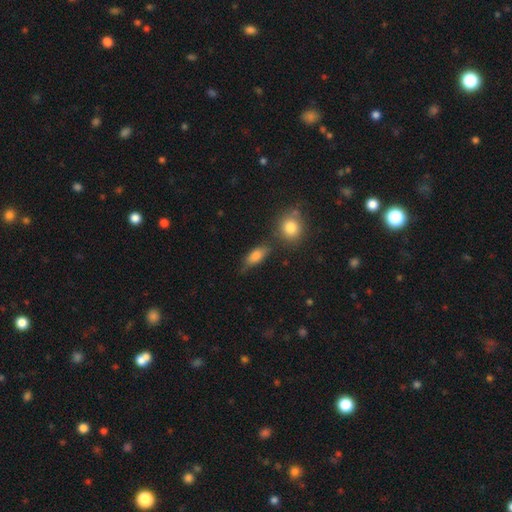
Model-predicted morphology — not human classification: Smooth or featured?
  - smooth: 78% *
  - featured or disk: 13%
  - star or artifact: 9%
How rounded?
  - in between: 74% *
  - cigar-shaped: 18%
  - round: 8%
Merging?
  - none: 62% *
  - minor disturbance: 22%
  - merger: 10%
  - major disturbance: 7%